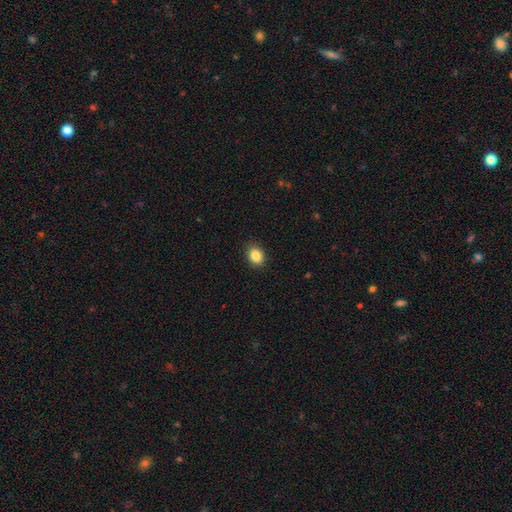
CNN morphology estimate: smooth_or_featured: smooth (p=0.86) [alt: star or artifact p=0.09]
how_rounded: in between (p=0.57) [alt: round p=0.42]
merging: none (p=0.89) [alt: minor disturbance p=0.09]